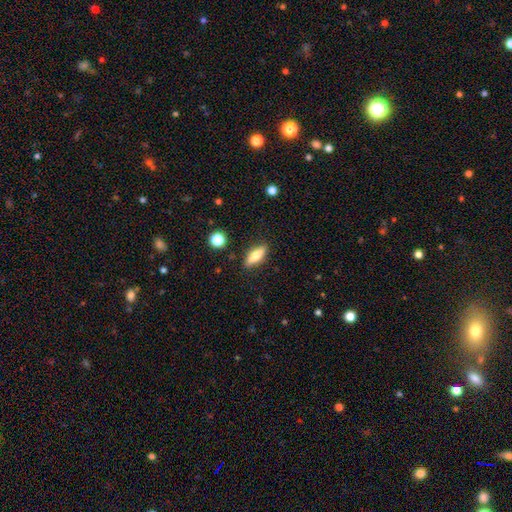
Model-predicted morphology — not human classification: A smooth galaxy with no disk features (62%) that is in between round and cigar-shaped (54%). Merging: none (86%).